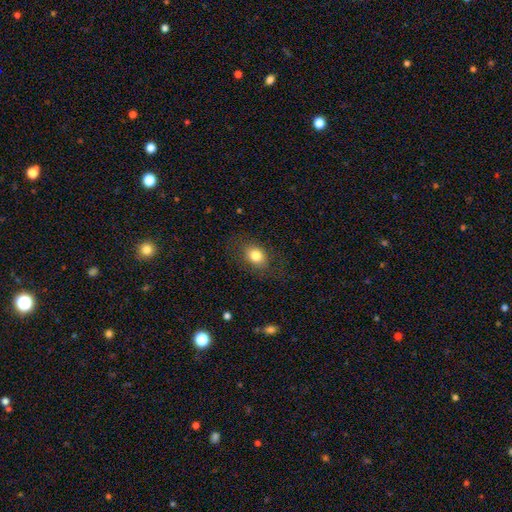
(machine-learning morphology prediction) Overall: smooth (80%). How rounded: in between (56%; round 43%). Merging: none (77%).